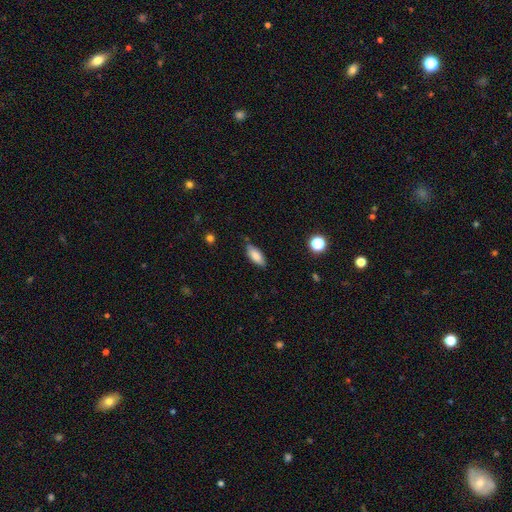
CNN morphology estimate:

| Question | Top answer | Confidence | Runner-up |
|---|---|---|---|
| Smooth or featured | smooth | 82% | featured or disk (10%) |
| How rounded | in between | 83% | cigar-shaped (14%) |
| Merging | none | 77% | minor disturbance (18%) |